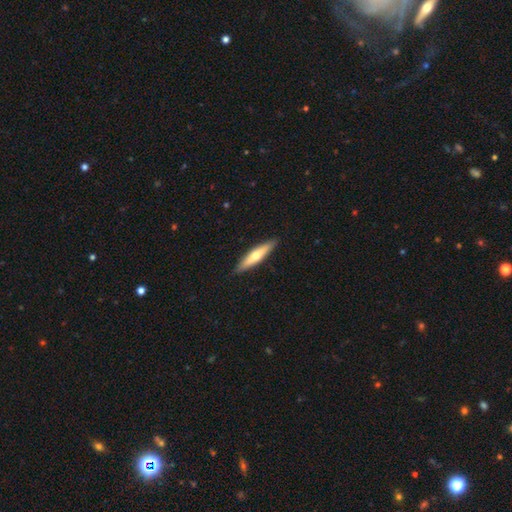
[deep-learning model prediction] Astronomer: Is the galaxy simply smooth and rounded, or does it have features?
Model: smooth — 52% (runner-up: featured or disk, 43%).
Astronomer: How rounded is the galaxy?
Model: cigar-shaped — 83%.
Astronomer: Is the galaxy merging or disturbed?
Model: none — 90%.